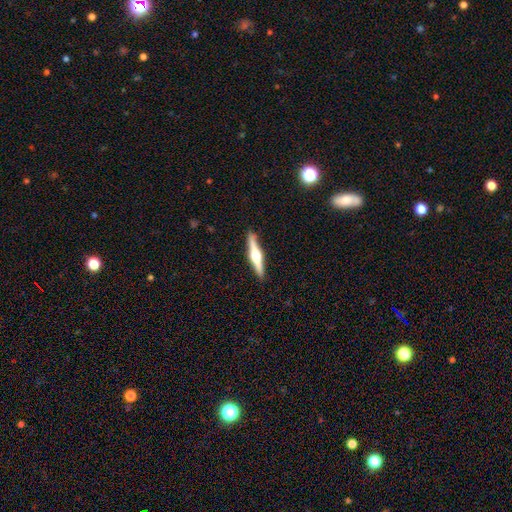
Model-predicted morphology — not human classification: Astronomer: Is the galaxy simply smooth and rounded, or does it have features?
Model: featured or disk — 74%.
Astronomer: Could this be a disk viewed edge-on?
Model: yes — 98%.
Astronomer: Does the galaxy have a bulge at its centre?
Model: rounded — 94%.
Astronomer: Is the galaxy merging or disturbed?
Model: none — 91%.